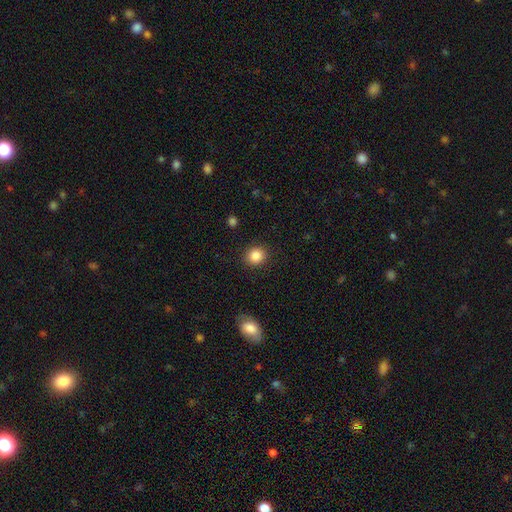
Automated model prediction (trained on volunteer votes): Overall: smooth (86%). How rounded: round (79%). Merging: none (90%).